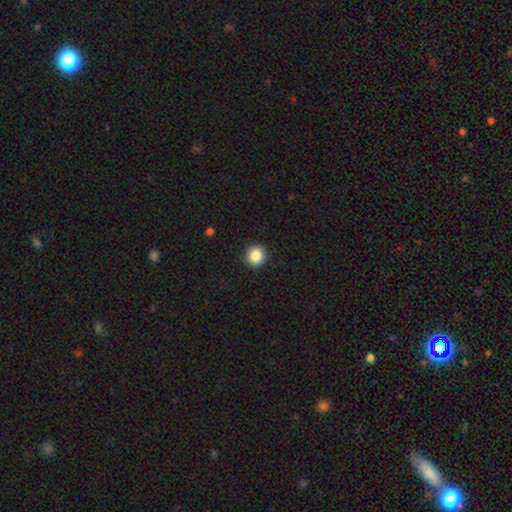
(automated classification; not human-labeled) This appears to be a smooth galaxy with no disk features (87%) that is round (93%). Merging: none (92%).